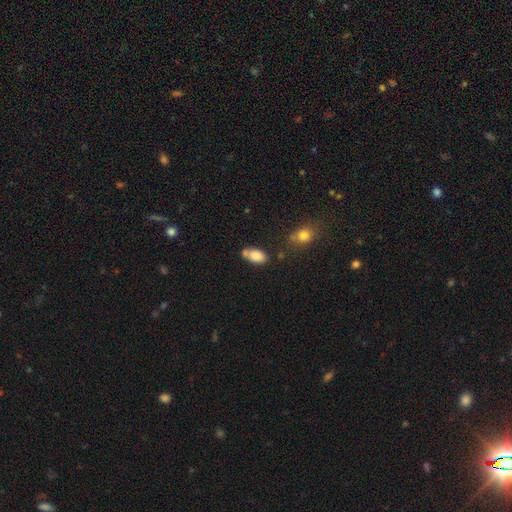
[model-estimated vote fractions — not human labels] This is clearly a smooth galaxy (83%). How rounded: clearly in between (91%). Merging: possibly none (54%).